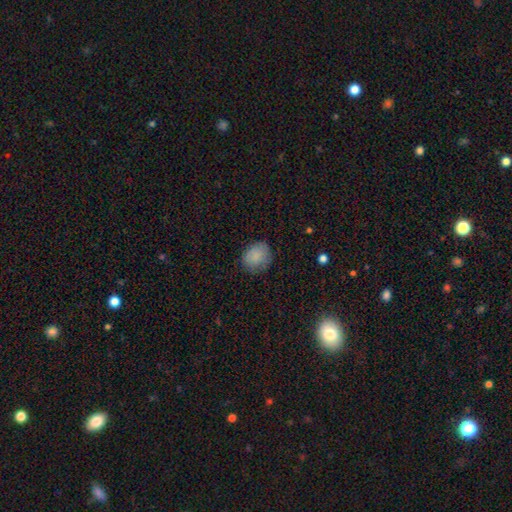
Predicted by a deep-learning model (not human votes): Smooth or featured? Predicted: smooth (p=0.86). How rounded? Predicted: round (p=0.64). Merging? Predicted: none (p=0.77).